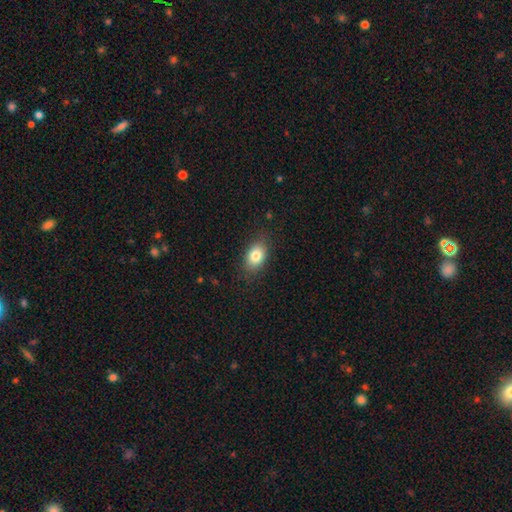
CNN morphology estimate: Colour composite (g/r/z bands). It shows a smooth galaxy with no disk features (82%) that is in between round and cigar-shaped (80%). Merging: none (84%).